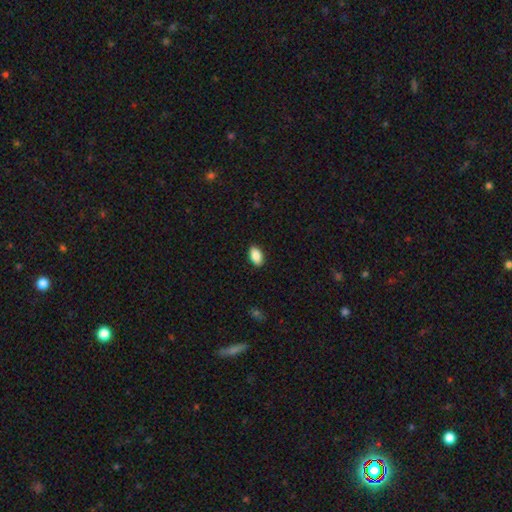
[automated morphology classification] Overall: smooth (89%). How rounded: in between (93%). Merging: none (89%).